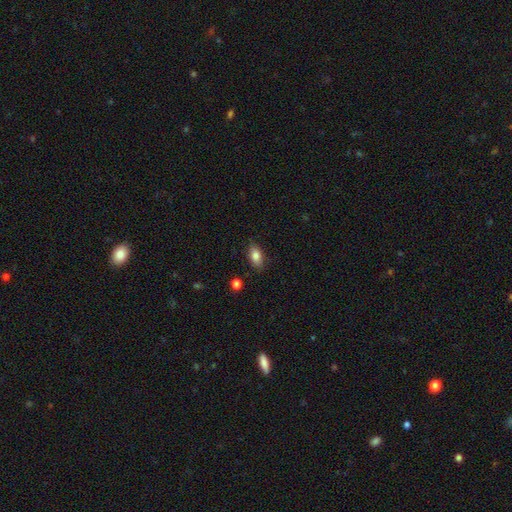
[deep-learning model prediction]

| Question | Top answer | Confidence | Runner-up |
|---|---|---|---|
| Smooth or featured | smooth | 81% | featured or disk (11%) |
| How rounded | in between | 88% | round (6%) |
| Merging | none | 85% | minor disturbance (12%) |